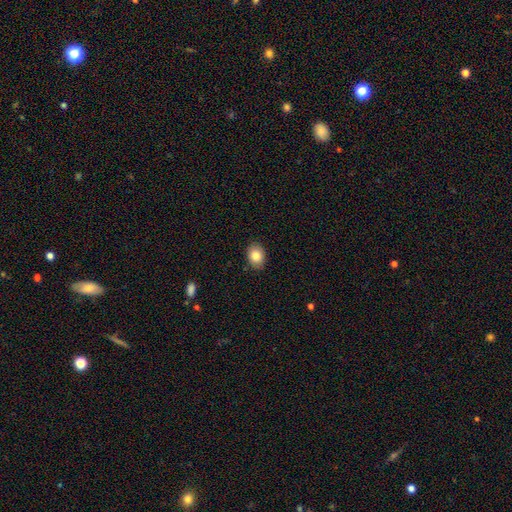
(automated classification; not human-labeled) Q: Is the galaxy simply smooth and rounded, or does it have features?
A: smooth — 85%.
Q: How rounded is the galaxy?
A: in between — 69%.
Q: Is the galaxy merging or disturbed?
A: none — 88%.